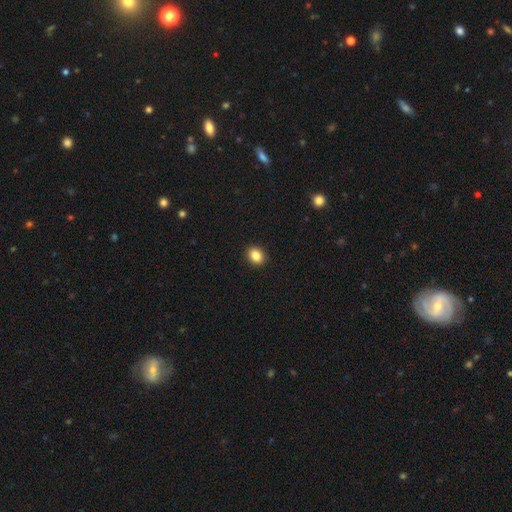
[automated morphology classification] smooth 86%, star or artifact 9%, featured or disk 5%. Down the decision tree: how rounded — round (50%); merging — none (92%).